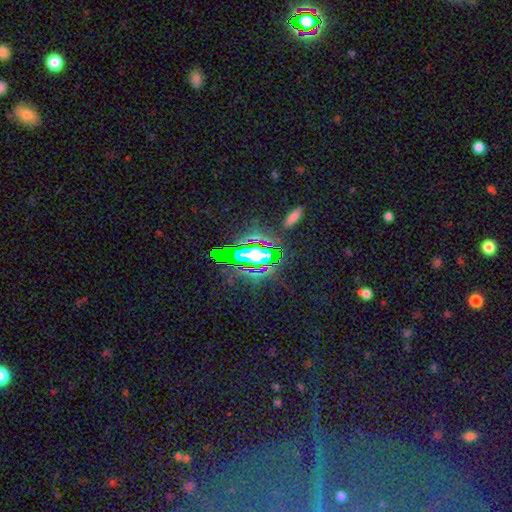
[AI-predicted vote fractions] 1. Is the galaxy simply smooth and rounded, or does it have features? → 66% star or artifact, 20% smooth, 14% featured or disk.